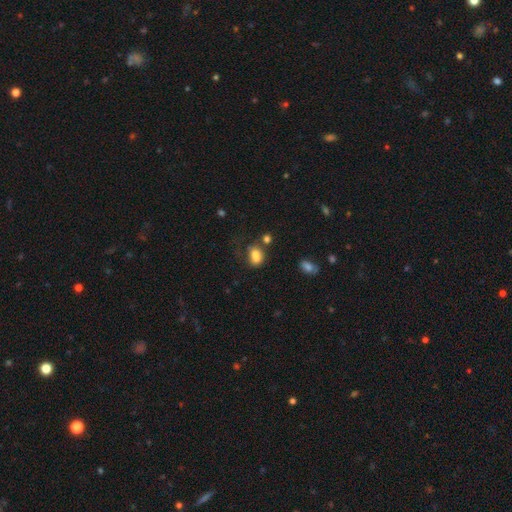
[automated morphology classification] Smooth or featured?
  - smooth: 76% *
  - star or artifact: 12%
  - featured or disk: 12%
How rounded?
  - in between: 71% *
  - round: 27%
  - cigar-shaped: 2%
Merging?
  - none: 39% *
  - merger: 28%
  - minor disturbance: 20%
  - major disturbance: 13%